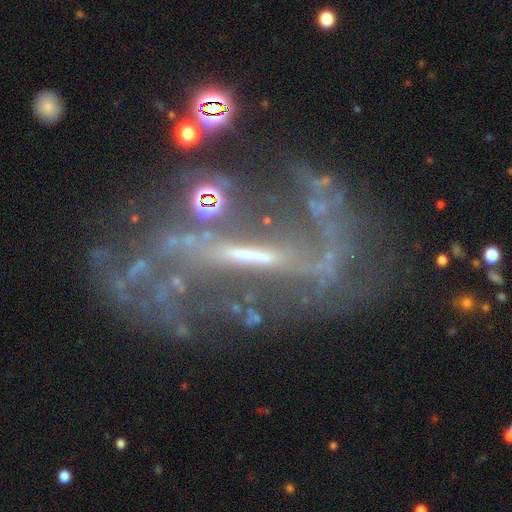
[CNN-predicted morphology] A featured or disk galaxy (83%) with a strong bar (52%), 2 (67%) loose (58%) spiral arms (81%) and a small central bulge (46%). Merging: none (49%).